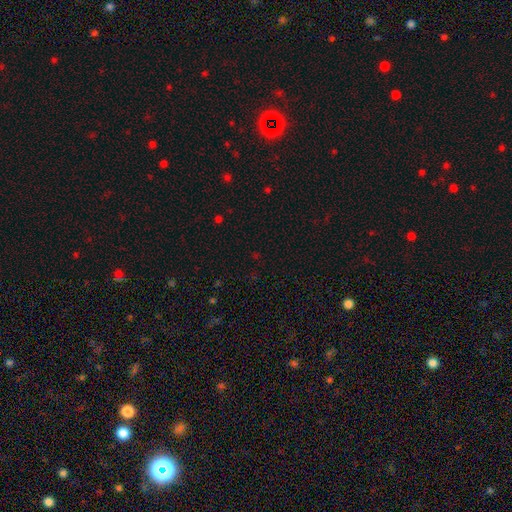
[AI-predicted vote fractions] The model was most divided on "smooth or featured": star or artifact: 65%, smooth: 28%, featured or disk: 7%.